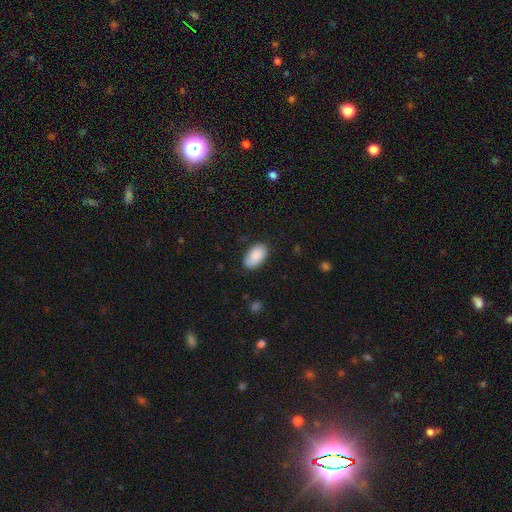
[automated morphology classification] A smooth galaxy with no disk features (89%) that is in between round and cigar-shaped (95%). Merging: none (83%).